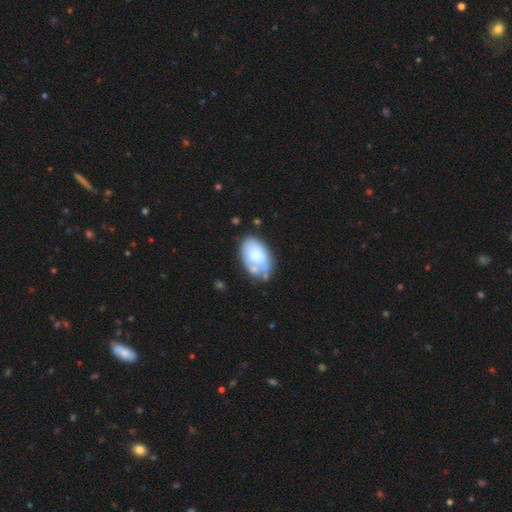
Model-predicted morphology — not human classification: Q: Smooth or featured?
A: smooth (63%); runner-up: featured or disk (30%)
Q: How rounded?
A: in between (91%); runner-up: round (8%)
Q: Merging?
A: none (54%); runner-up: minor disturbance (27%)